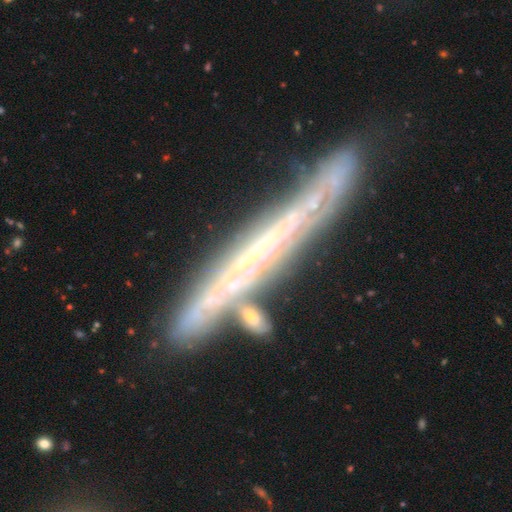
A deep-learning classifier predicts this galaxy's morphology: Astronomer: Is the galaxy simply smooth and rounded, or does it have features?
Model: featured or disk — 75%.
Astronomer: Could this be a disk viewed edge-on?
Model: yes — 88%.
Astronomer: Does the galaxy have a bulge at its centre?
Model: none — 84%.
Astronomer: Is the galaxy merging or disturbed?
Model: none — 70%.